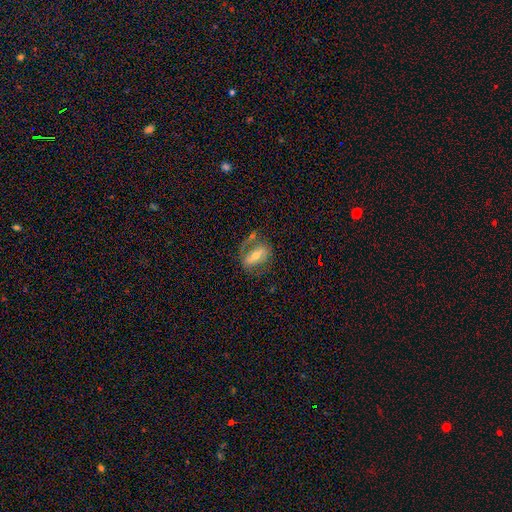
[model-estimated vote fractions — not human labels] Smooth or featured? Predicted: featured or disk (p=0.60). Edge-on disk? Predicted: no (p=0.83). Bar? Predicted: strong (p=0.53). Spiral arms? Predicted: yes (p=0.54). Bulge size? Predicted: moderate (p=0.57). Merging? Predicted: none (p=0.53).